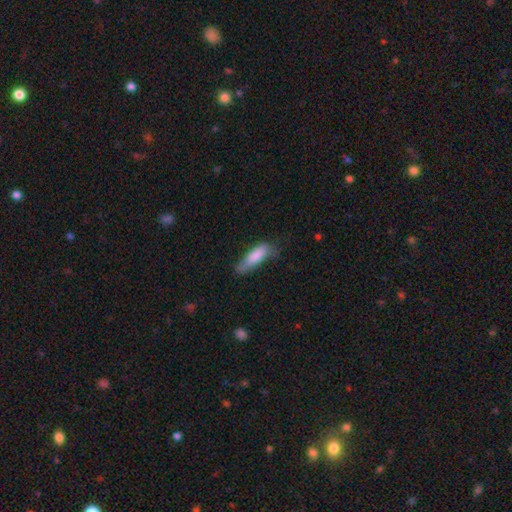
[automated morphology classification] Smooth or featured?
  - smooth: 81% *
  - featured or disk: 13%
  - star or artifact: 6%
How rounded?
  - cigar-shaped: 53% *
  - in between: 45%
  - round: 2%
Merging?
  - none: 53% *
  - minor disturbance: 34%
  - major disturbance: 11%
  - merger: 2%